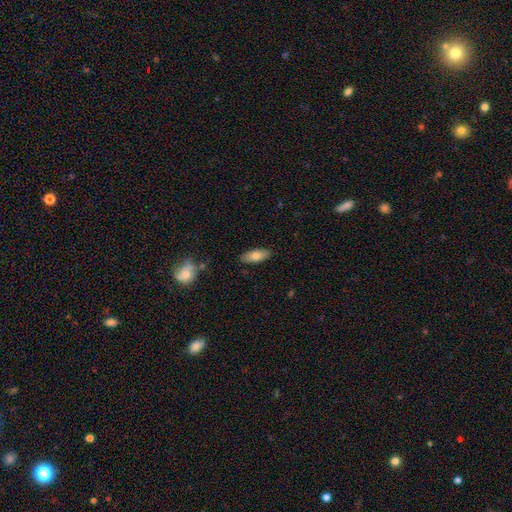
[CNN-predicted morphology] The model was most divided on "how rounded": in between: 77%, cigar-shaped: 21%, round: 2%. More confident: merging — none (86%); smooth or featured — smooth (77%).